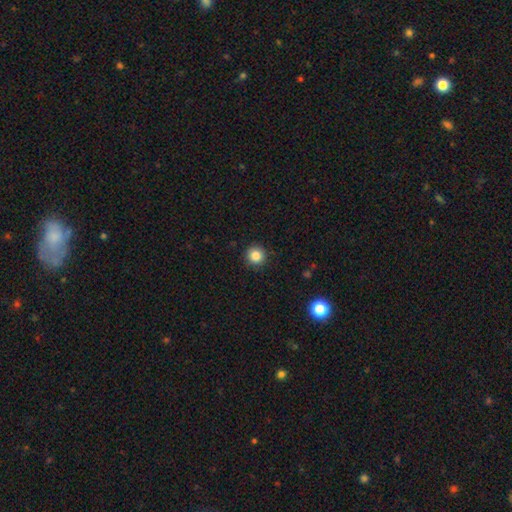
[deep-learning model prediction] smooth_or_featured: smooth (p=0.85) [alt: star or artifact p=0.11]
how_rounded: round (p=0.95) [alt: in between p=0.05]
merging: none (p=0.91) [alt: minor disturbance p=0.06]